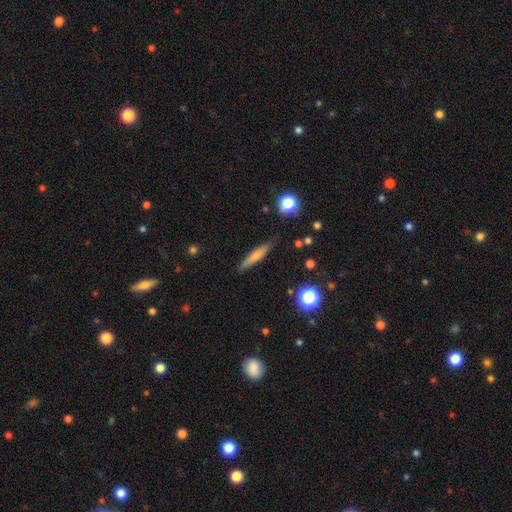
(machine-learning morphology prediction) Smooth or featured? smooth (61%)
How rounded? cigar-shaped (88%)
Merging? none (85%)